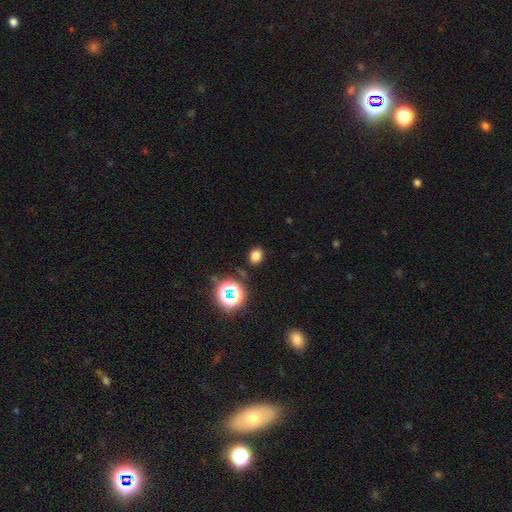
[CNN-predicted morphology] Smooth or featured? smooth (74%)
How rounded? round (52%)
Merging? none (86%)